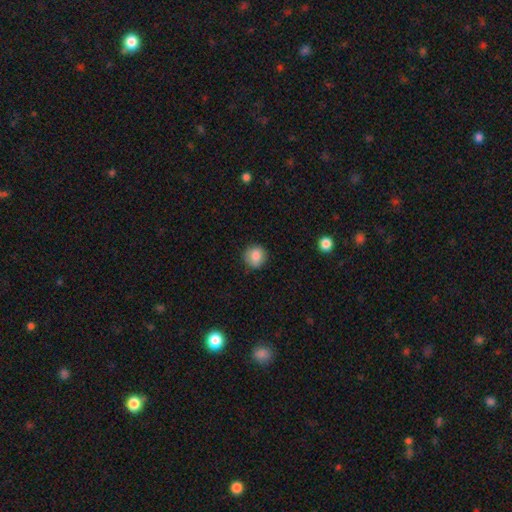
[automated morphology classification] Smooth or featured?
  - smooth: 84% *
  - star or artifact: 9%
  - featured or disk: 8%
How rounded?
  - round: 89% *
  - in between: 10%
  - cigar-shaped: 1%
Merging?
  - none: 85% *
  - minor disturbance: 11%
  - major disturbance: 2%
  - merger: 1%